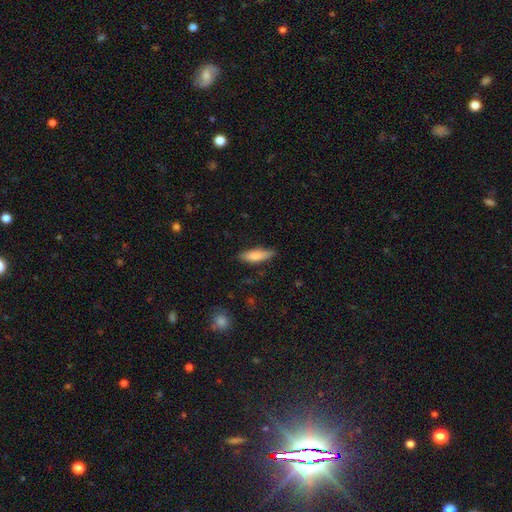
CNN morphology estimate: smooth-or-featured: smooth: 78% | featured or disk: 16% | star or artifact: 6%
  how-rounded: cigar-shaped: 53% | in between: 45% | round: 2%
  merging: none: 82% | minor disturbance: 15% | major disturbance: 3% | merger: 1%